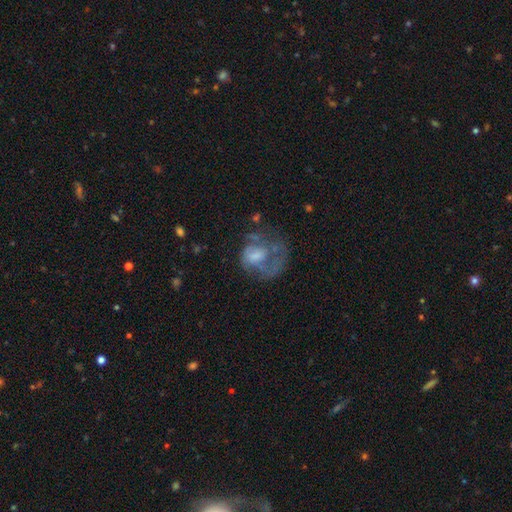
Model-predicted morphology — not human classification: This appears to be a featured or disk galaxy (58%) with no bar (72%), spiral arms (50%, tied with no) and a moderate central bulge (38%). Merging: major disturbance (43%).